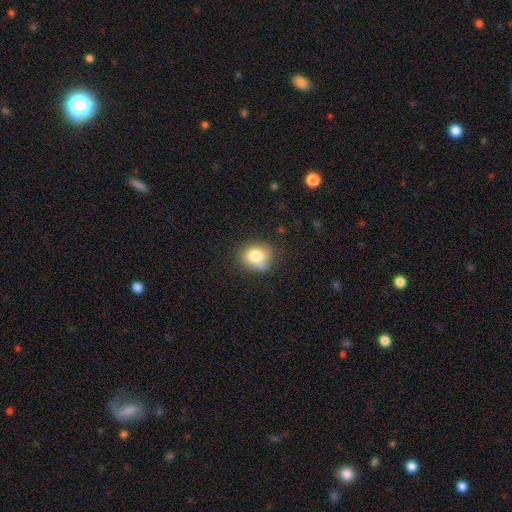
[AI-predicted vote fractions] Overall: smooth (79%). How rounded: round (64%; in between 36%). Merging: none (62%; minor disturbance 23%).